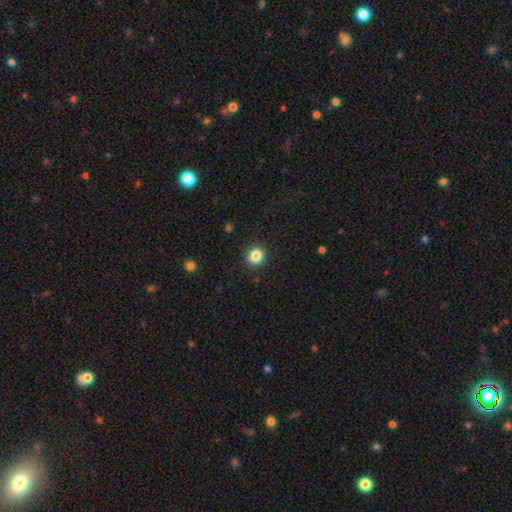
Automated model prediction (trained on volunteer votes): This appears to be a smooth galaxy with no disk features (84%) that is round (80%). Merging: none (90%).